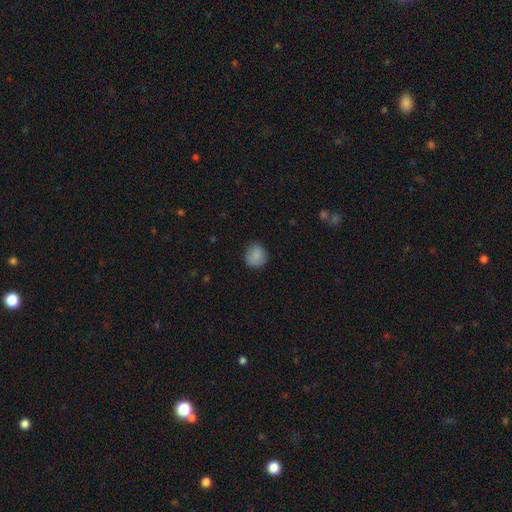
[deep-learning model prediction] Smooth or featured?
  - smooth: 86% *
  - star or artifact: 8%
  - featured or disk: 6%
How rounded?
  - round: 87% *
  - in between: 12%
  - cigar-shaped: 1%
Merging?
  - none: 82% *
  - minor disturbance: 14%
  - major disturbance: 3%
  - merger: 1%